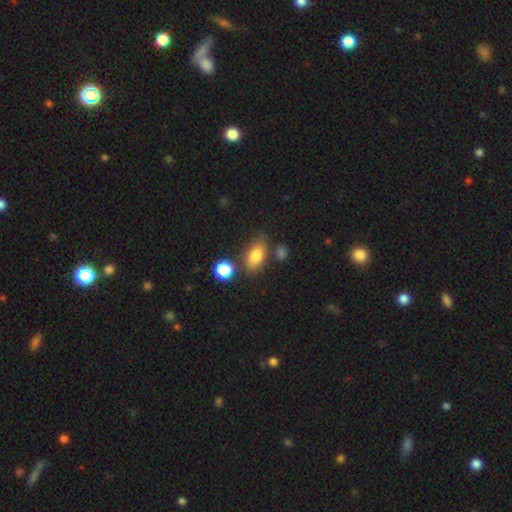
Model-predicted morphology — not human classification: smooth 81%, featured or disk 9%, star or artifact 9%. Down the decision tree: how rounded — in between (87%); merging — none (67%).